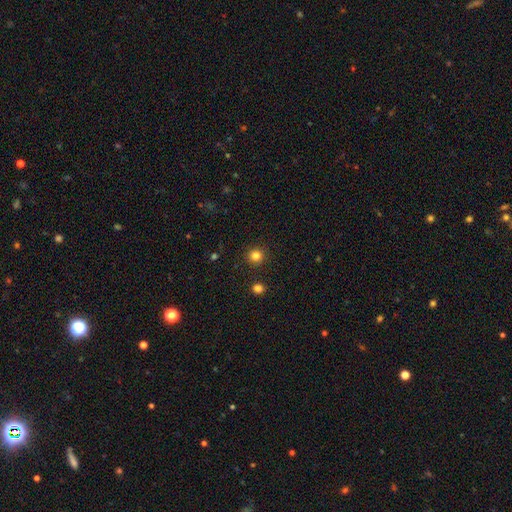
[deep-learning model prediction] A smooth galaxy with no disk features (82%) that is round (93%).

Vote fractions:
- Smooth or featured? smooth: 82% / star or artifact: 14% / featured or disk: 5%
- How rounded? round: 93% / in between: 6% / cigar-shaped: 1%
- Merging? none: 92% / minor disturbance: 5% / major disturbance: 2% / merger: 2%